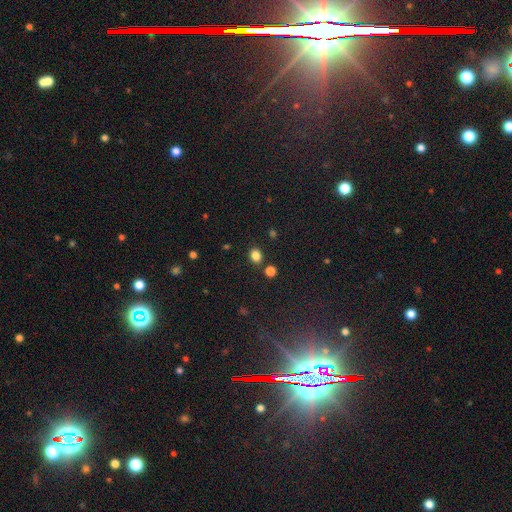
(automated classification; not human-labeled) Smooth or featured? Predicted: smooth (p=0.82). How rounded? Predicted: round (p=0.54). Merging? Predicted: none (p=0.82).